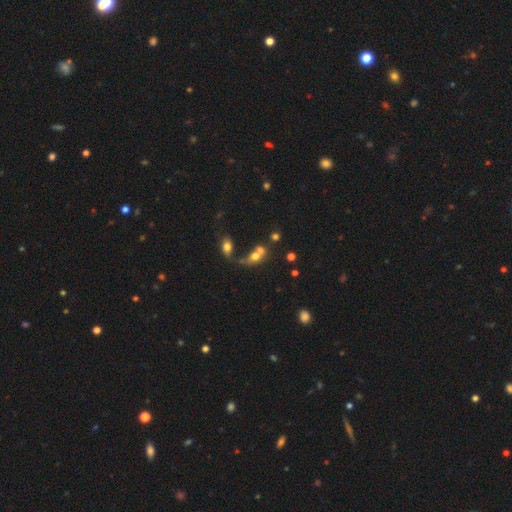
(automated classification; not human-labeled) Smooth or featured? smooth (64%)
How rounded? in between (56%)
Merging? merger (60%)